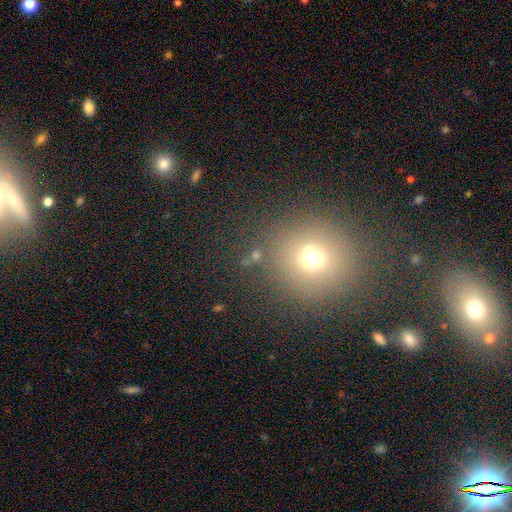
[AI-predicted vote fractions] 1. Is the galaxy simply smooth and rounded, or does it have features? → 51% smooth, 34% star or artifact, 15% featured or disk.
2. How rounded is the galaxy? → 84% round, 14% in between, 2% cigar-shaped.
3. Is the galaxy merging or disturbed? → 67% none, 20% merger, 9% minor disturbance, 5% major disturbance.